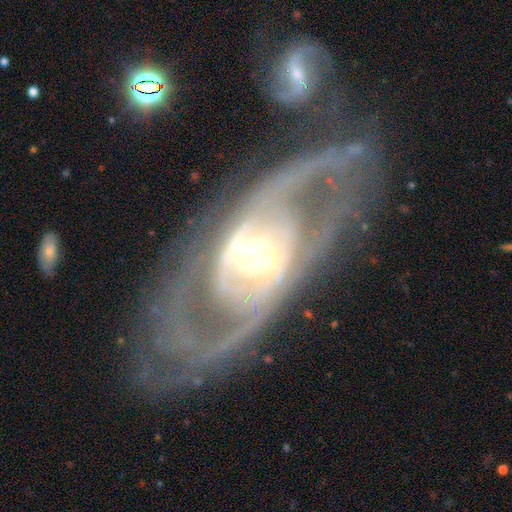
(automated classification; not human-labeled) featured or disk 87%, smooth 8%, star or artifact 5%. Down the decision tree: edge-on disk — no (90%); bar — strong (49%); spiral arms — yes (79%); spiral arm count — 2 (65%); spiral winding — medium (39%, tied with tight); bulge size — moderate (58%); merging — none (61%).